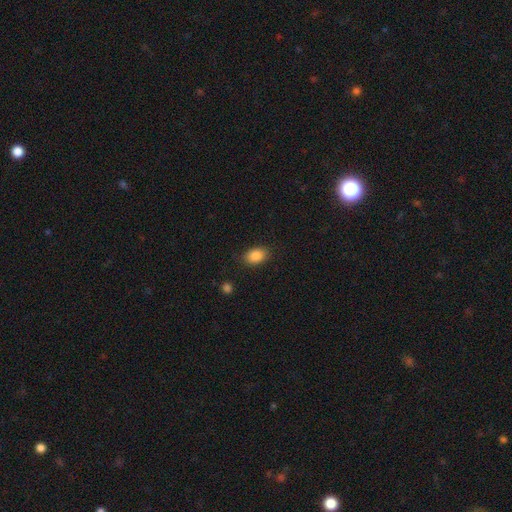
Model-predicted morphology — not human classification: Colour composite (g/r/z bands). It shows a smooth galaxy with no disk features (87%) that is in between round and cigar-shaped (83%). Merging: none (85%).